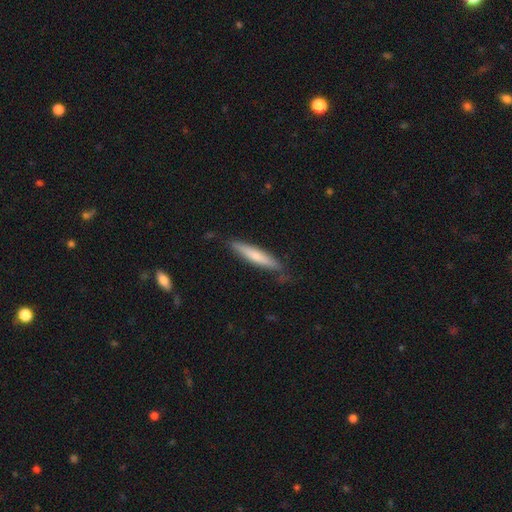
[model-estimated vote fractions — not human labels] The model was most divided on "smooth or featured": smooth: 66%, featured or disk: 29%, star or artifact: 5%. More confident: how rounded — cigar-shaped (90%); merging — none (78%).